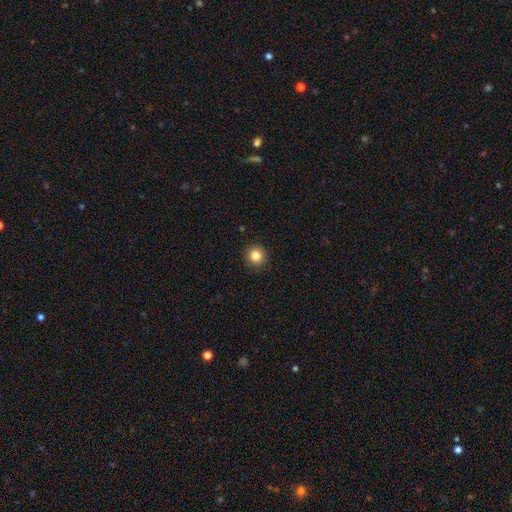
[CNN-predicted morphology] Smooth or featured: smooth — 84% (star or artifact — 11%)
How rounded: round — 94% (in between — 5%)
Merging: none — 92% (minor disturbance — 5%)